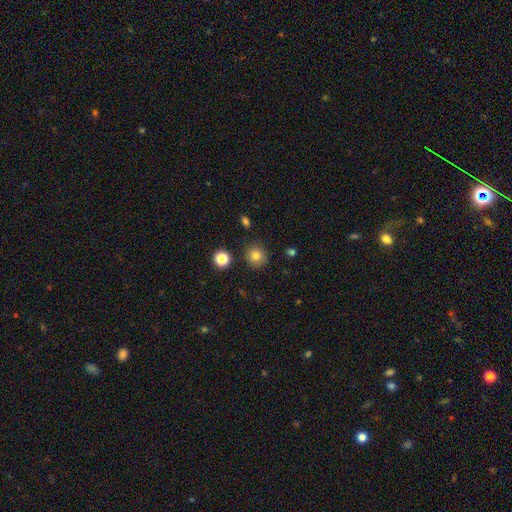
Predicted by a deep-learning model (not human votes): Morphology: type=smooth (81%); roundness=round (91%); merging=none (87%).